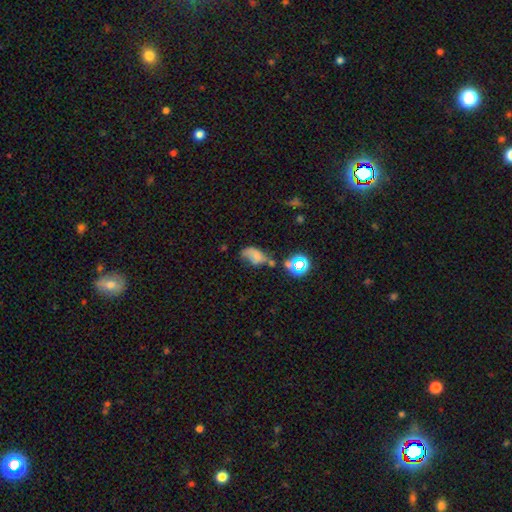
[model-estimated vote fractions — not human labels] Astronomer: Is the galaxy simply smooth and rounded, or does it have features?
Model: smooth — 58%.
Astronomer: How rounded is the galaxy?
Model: in between — 85%.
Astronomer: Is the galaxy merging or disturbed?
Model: none — 32% (runner-up: minor disturbance, 29%).